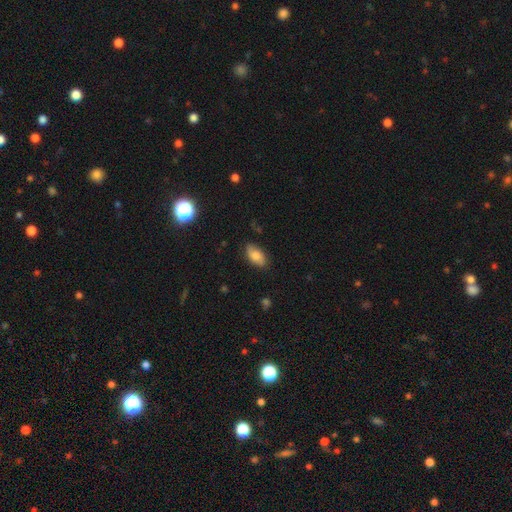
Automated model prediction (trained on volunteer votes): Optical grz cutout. It shows a smooth galaxy with no disk features (76%) that is in between round and cigar-shaped (91%). Merging: none (79%).